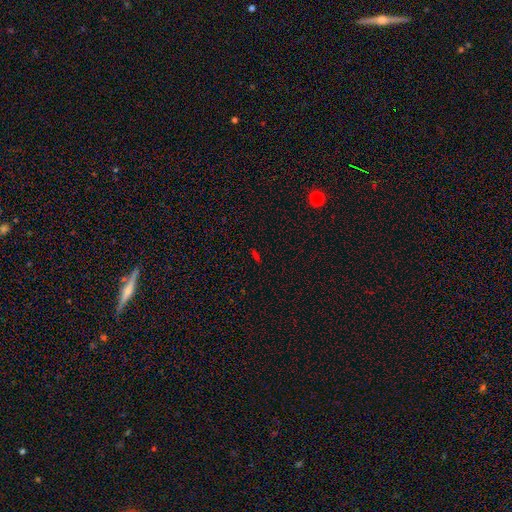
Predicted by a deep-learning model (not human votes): This is possibly a smooth galaxy (47%). Merging: clearly none (83%).